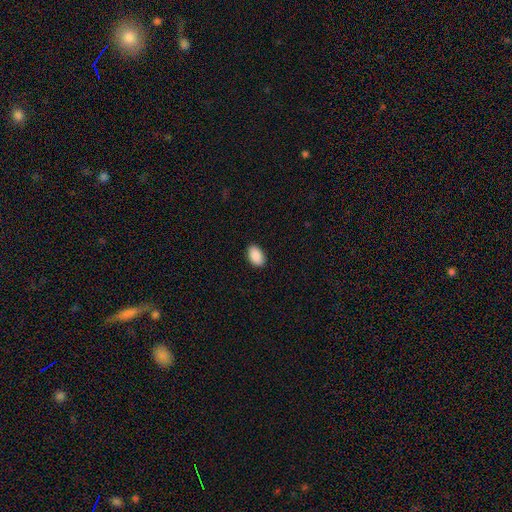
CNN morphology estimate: smooth_or_featured: smooth (p=0.90) [alt: star or artifact p=0.06]
how_rounded: in between (p=0.92) [alt: round p=0.07]
merging: none (p=0.88) [alt: minor disturbance p=0.09]